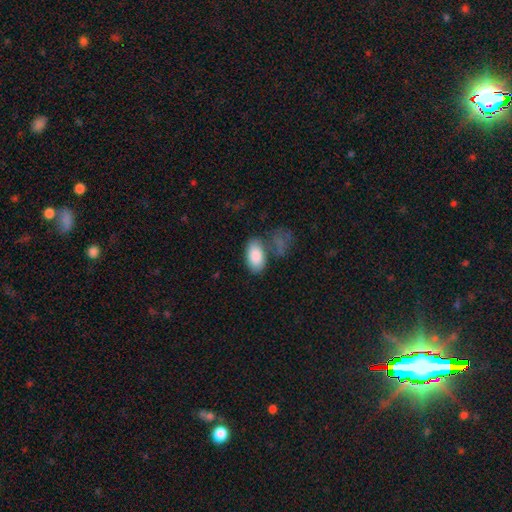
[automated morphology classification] Smooth or featured? smooth (86%)
How rounded? in between (94%)
Merging? none (64%)